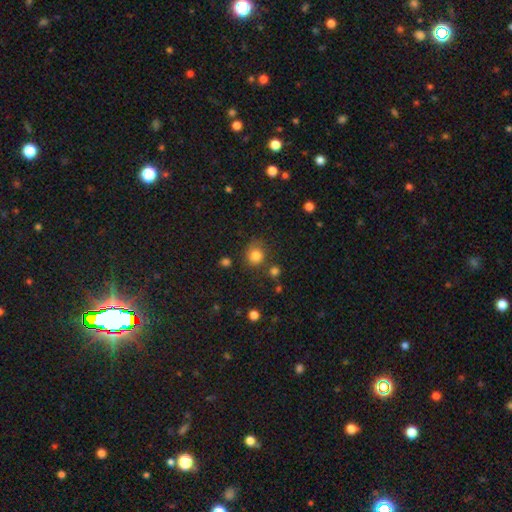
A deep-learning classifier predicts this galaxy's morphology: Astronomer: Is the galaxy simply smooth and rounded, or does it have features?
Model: smooth — 82%.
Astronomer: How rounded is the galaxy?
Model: round — 82%.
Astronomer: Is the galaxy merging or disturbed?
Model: none — 71%.